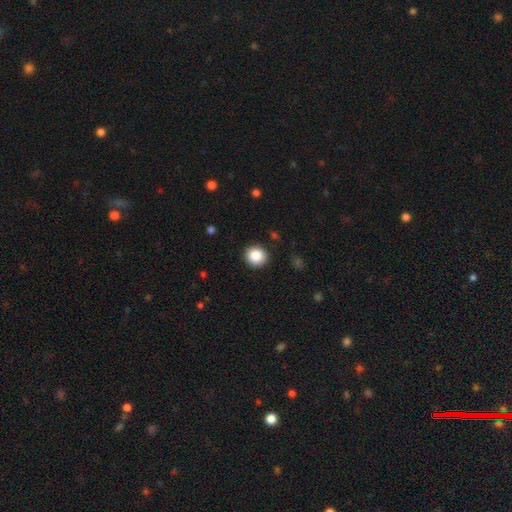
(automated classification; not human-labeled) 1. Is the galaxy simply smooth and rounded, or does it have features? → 86% smooth, 9% star or artifact, 5% featured or disk.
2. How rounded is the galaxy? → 90% round, 10% in between, 1% cigar-shaped.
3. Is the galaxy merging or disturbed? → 91% none, 6% minor disturbance, 2% major disturbance, 1% merger.